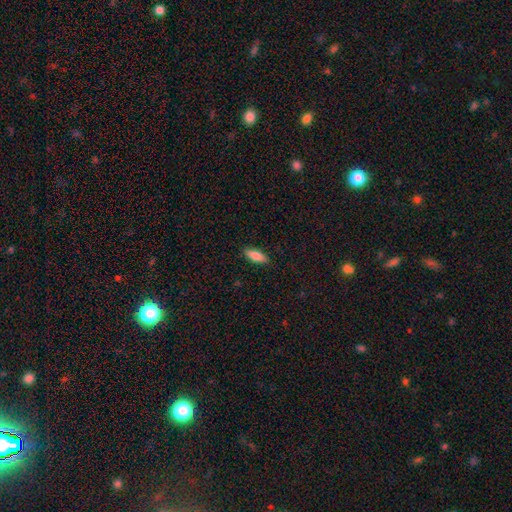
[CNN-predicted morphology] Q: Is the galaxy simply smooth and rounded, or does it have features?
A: smooth — 82%.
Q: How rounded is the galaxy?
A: in between — 71%.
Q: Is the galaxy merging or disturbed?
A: none — 88%.